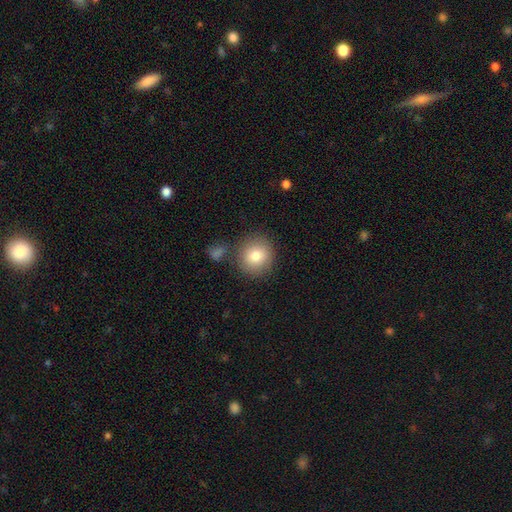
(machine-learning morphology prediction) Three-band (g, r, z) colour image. It shows a smooth galaxy with no disk features (80%) that is round (88%). Merging: none (77%).